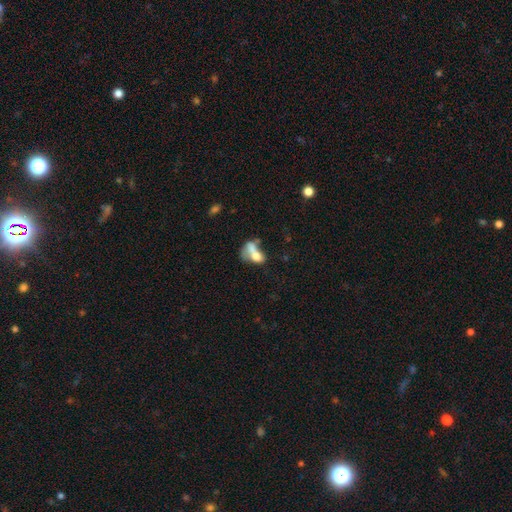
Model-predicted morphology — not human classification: Q: Smooth or featured?
A: smooth (62%); runner-up: featured or disk (28%)
Q: How rounded?
A: in between (76%); runner-up: round (20%)
Q: Merging?
A: merger (61%); runner-up: none (15%)